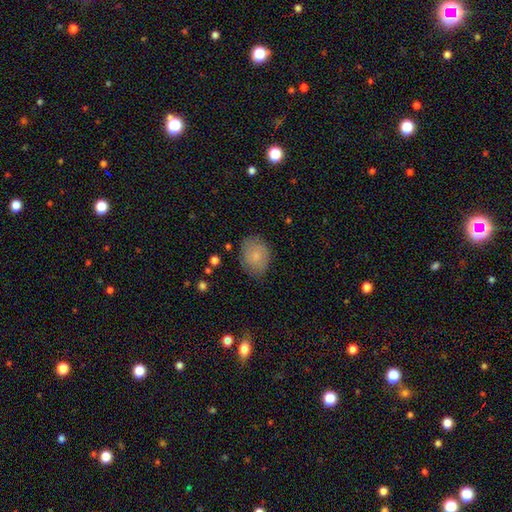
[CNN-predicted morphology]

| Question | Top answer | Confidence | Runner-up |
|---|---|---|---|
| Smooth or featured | smooth | 71% | featured or disk (21%) |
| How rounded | in between | 59% | round (40%) |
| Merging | none | 74% | minor disturbance (20%) |